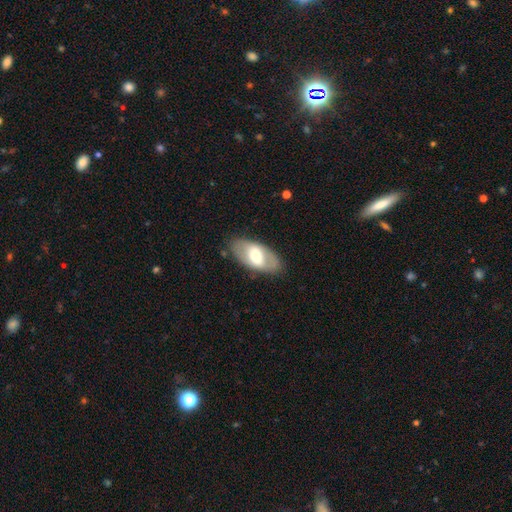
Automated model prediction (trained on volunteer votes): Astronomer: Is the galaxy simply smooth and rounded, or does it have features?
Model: featured or disk — 47%, tied with smooth at 47%.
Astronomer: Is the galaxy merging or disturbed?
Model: none — 81%.